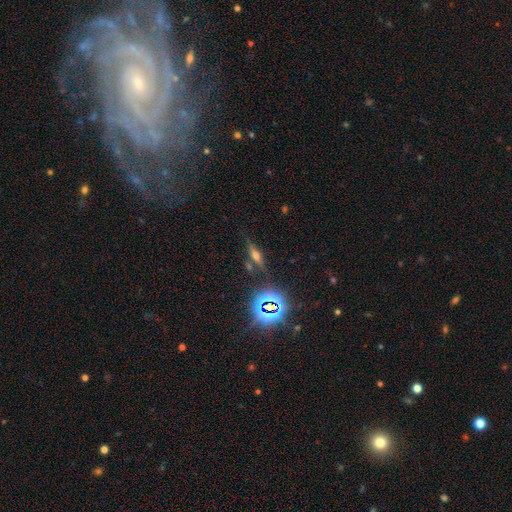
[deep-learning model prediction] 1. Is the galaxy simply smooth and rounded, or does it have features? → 40% featured or disk, 33% smooth, 27% star or artifact.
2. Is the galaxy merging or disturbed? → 74% none, 14% minor disturbance, 7% merger, 5% major disturbance.